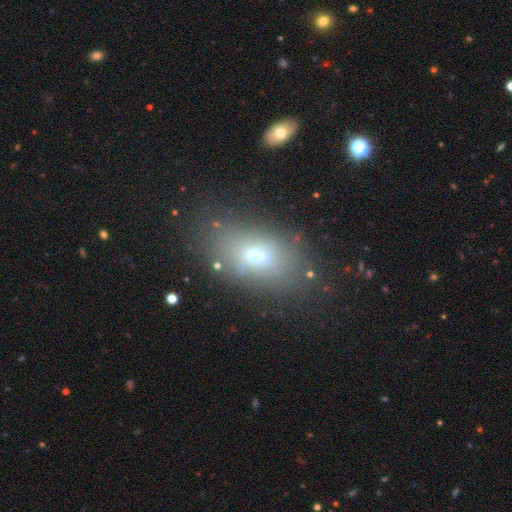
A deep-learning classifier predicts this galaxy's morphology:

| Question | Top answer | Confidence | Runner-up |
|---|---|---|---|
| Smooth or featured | smooth | 55% | featured or disk (25%) |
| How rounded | in between | 80% | round (16%) |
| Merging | none | 58% | merger (20%) |